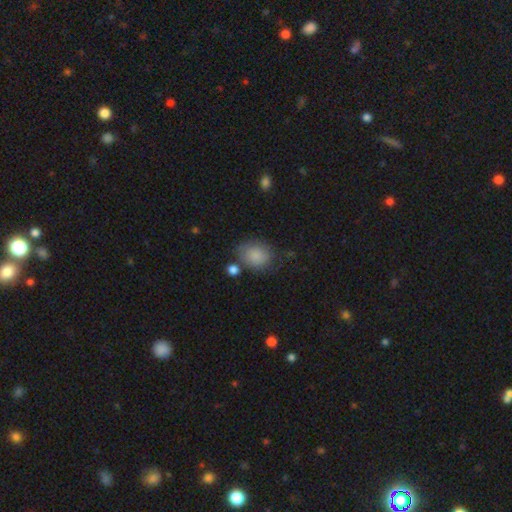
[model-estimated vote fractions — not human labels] Morphology: type=smooth (84%); roundness=in between (51%); merging=none (65%).